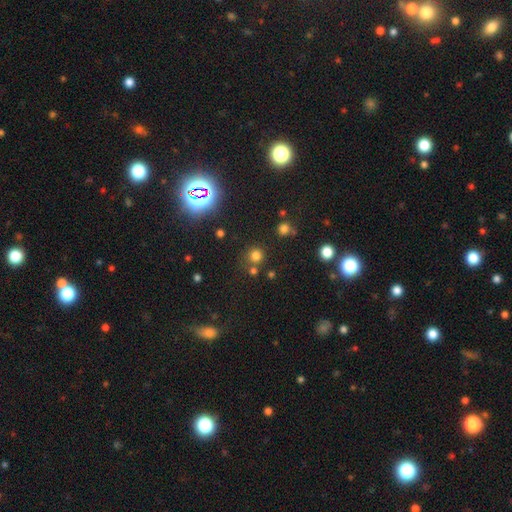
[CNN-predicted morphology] This appears to be a smooth galaxy with no disk features (70%) that is round (92%). Merging: none (76%).